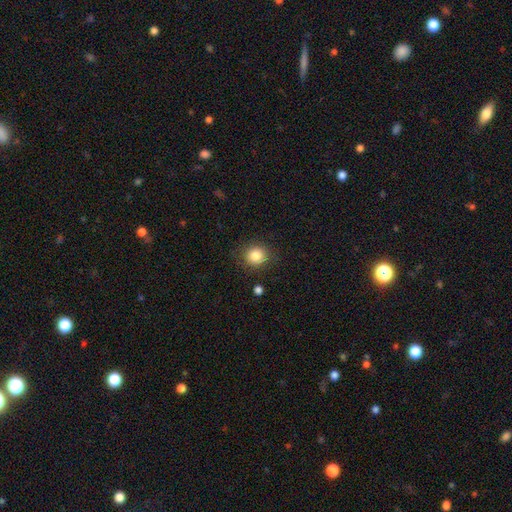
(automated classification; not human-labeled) Smooth or featured? smooth (84%)
How rounded? round (86%)
Merging? none (86%)